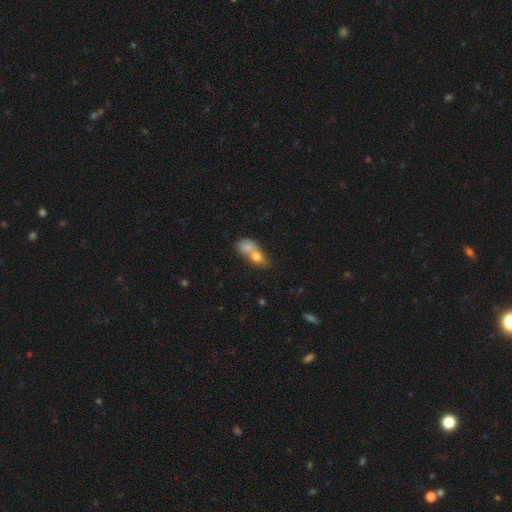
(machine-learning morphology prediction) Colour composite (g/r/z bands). It shows a smooth galaxy with no disk features (73%) that is in between round and cigar-shaped (69%). Merging: merger (69%).